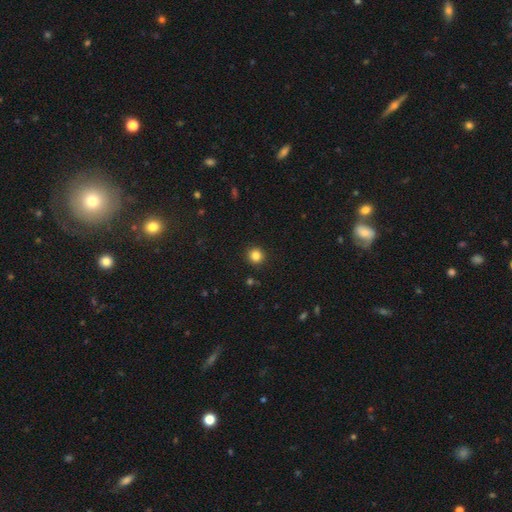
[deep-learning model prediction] Morphology: type=smooth (84%); roundness=round (91%); merging=none (92%).